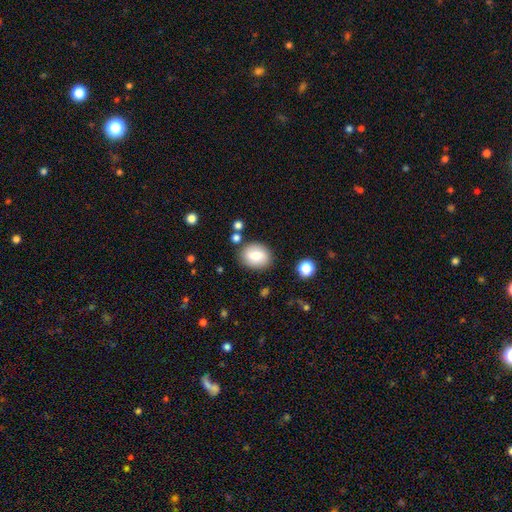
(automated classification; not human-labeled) Smooth or featured?
  - smooth: 79% *
  - featured or disk: 13%
  - star or artifact: 8%
How rounded?
  - in between: 54% *
  - round: 45%
  - cigar-shaped: 1%
Merging?
  - none: 81% *
  - minor disturbance: 11%
  - merger: 4%
  - major disturbance: 3%